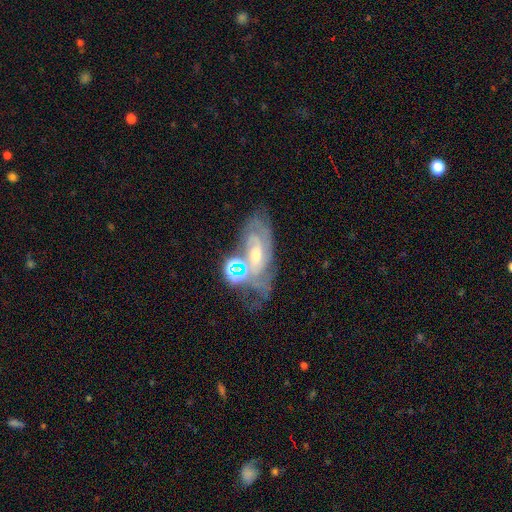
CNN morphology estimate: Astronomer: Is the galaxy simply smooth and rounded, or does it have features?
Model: featured or disk — 70%.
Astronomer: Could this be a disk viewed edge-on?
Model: no — 92%.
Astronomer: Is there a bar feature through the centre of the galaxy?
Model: no — 50% (runner-up: weak, 38%).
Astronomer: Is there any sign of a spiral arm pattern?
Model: yes — 87%.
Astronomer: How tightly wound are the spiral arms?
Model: tight — 49% (runner-up: medium, 38%).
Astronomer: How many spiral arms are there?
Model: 2 — 40% (runner-up: can't tell, 36%).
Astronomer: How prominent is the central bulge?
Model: moderate — 45% (runner-up: small, 42%).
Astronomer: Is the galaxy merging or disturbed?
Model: none — 45% (runner-up: minor disturbance, 22%).